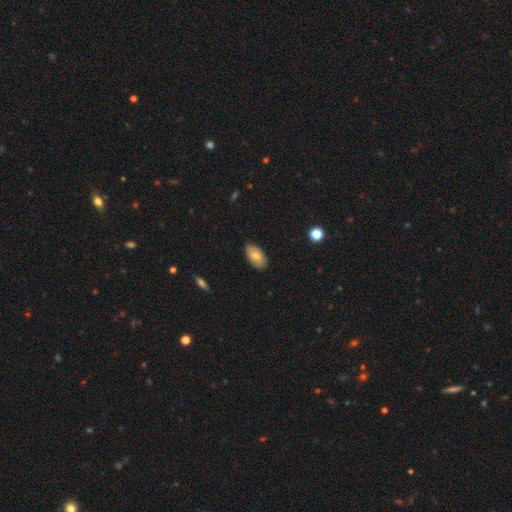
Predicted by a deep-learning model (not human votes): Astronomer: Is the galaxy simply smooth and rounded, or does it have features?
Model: smooth — 73%.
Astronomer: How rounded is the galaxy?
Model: in between — 94%.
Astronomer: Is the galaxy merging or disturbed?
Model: none — 85%.